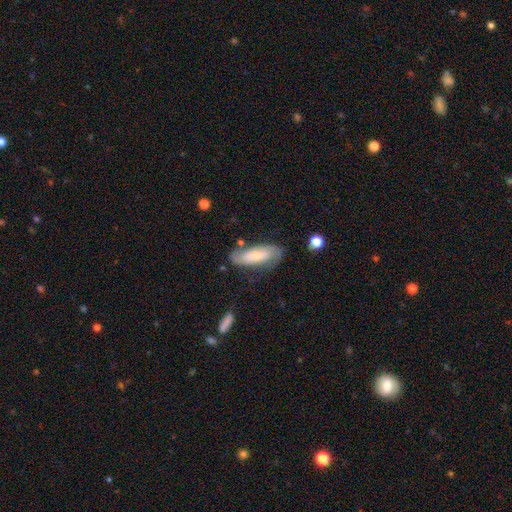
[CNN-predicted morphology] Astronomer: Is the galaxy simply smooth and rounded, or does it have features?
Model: smooth — 56% (runner-up: featured or disk, 38%).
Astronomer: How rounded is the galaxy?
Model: in between — 64%.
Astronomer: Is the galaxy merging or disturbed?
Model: none — 68%.